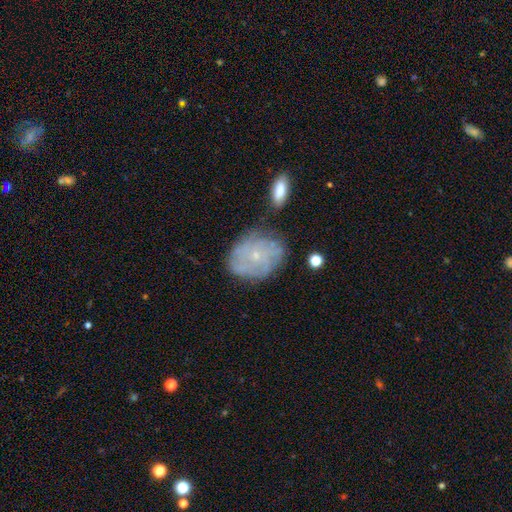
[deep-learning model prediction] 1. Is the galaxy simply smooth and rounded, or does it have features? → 62% featured or disk, 29% smooth, 9% star or artifact.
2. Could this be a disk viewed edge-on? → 97% no, 3% yes.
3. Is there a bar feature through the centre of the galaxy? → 86% no, 12% weak, 2% strong.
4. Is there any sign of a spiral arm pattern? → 70% yes, 30% no.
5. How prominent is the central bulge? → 83% small, 13% moderate, 2% none, 1% large, 1% dominant.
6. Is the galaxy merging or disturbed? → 65% none, 22% minor disturbance, 8% major disturbance, 5% merger.